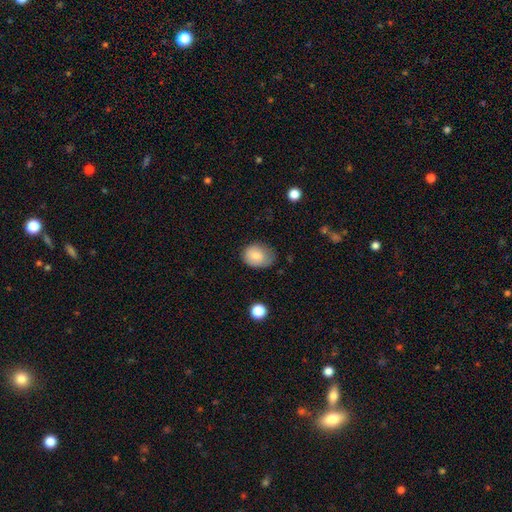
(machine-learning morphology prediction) smooth_or_featured: smooth (p=0.81) [alt: featured or disk p=0.11]
how_rounded: in between (p=0.61) [alt: round p=0.38]
merging: none (p=0.59) [alt: minor disturbance p=0.32]